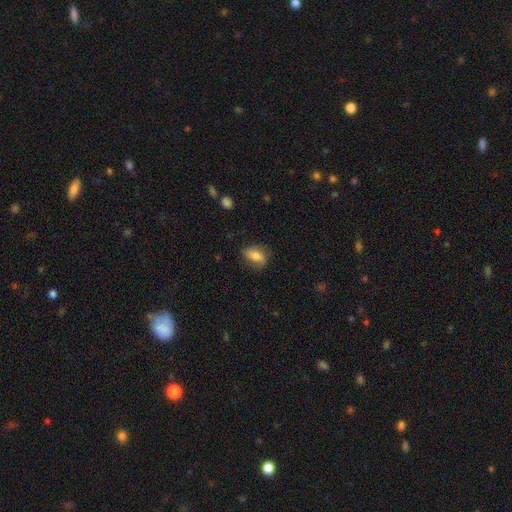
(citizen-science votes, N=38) Smooth or featured: smooth — 82% (featured or disk — 13%)
How rounded: in between — 94% (round — 3%)
Merging: none — 64% (minor disturbance — 31%)